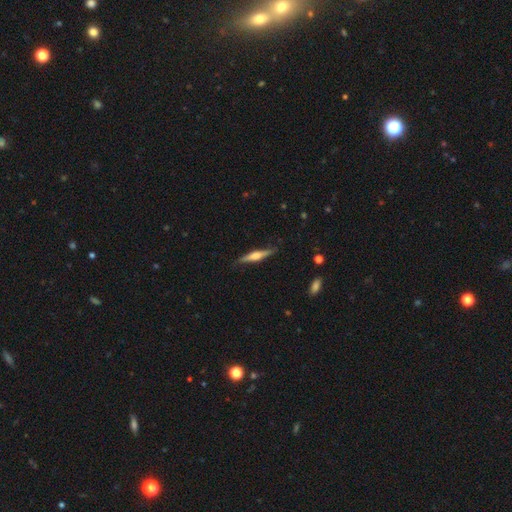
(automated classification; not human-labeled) smooth-or-featured: featured or disk: 63% | smooth: 31% | star or artifact: 6%
  disk-edge-on: yes: 97% | no: 3%
    edge-on-bulge: rounded: 76% | boxy: 18% | none: 6%
  merging: none: 85% | minor disturbance: 12% | major disturbance: 2% | merger: 1%